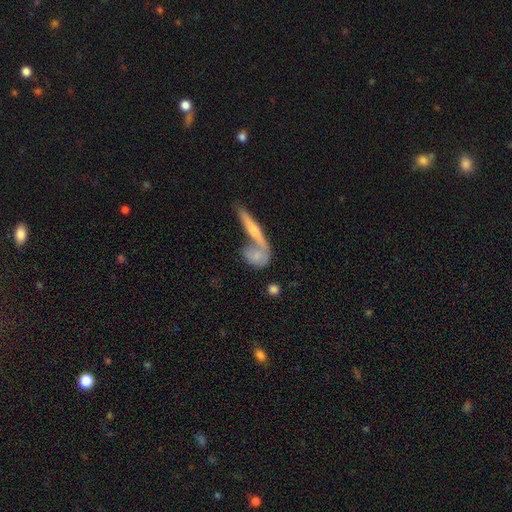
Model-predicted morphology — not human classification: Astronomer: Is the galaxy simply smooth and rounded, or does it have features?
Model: smooth — 62%.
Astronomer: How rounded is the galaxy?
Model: in between — 41% (runner-up: round, 35%).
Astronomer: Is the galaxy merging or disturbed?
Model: merger — 45% (runner-up: none, 35%).